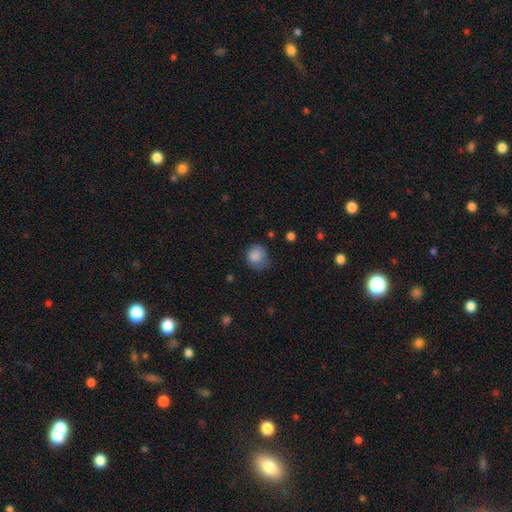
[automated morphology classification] smooth-or-featured: smooth: 85% | star or artifact: 9% | featured or disk: 7%
  how-rounded: round: 75% | in between: 25% | cigar-shaped: 1%
  merging: none: 54% | minor disturbance: 33% | major disturbance: 12% | merger: 2%